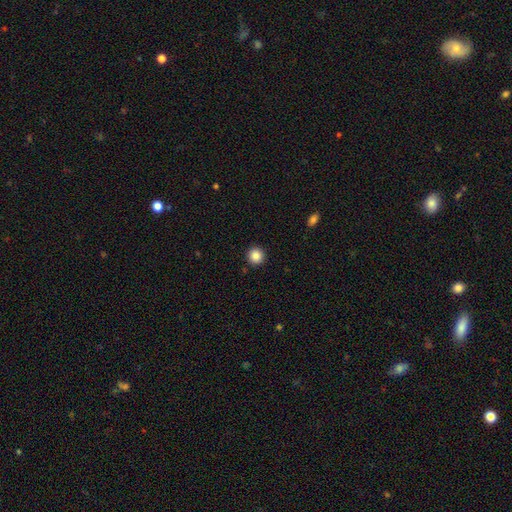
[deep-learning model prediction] Overall: smooth (86%). How rounded: round (95%). Merging: none (93%).